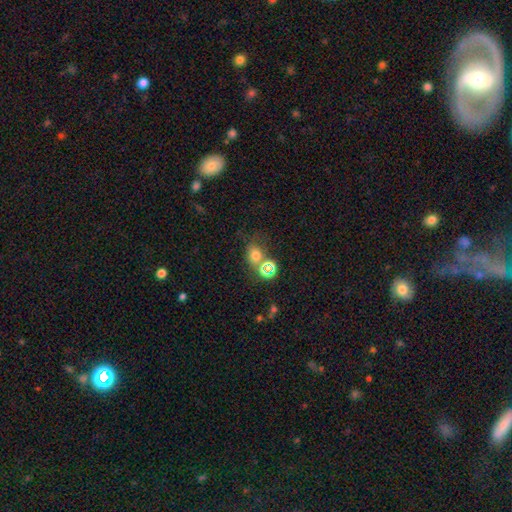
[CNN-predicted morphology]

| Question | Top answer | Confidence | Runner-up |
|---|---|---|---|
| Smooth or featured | smooth | 65% | star or artifact (25%) |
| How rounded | round | 59% | in between (40%) |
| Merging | none | 55% | merger (22%) |